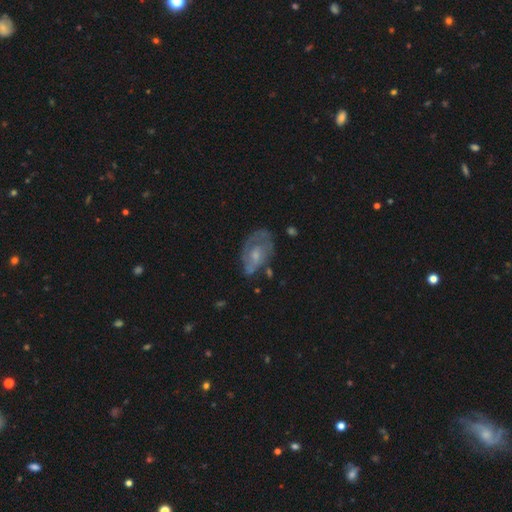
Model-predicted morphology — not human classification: A featured or disk galaxy (65%) with no bar (71%), spiral arms (67%) and a small central bulge (45%). Merging: none (53%).